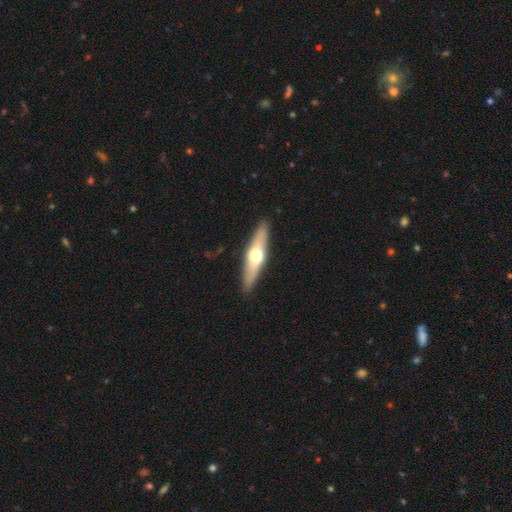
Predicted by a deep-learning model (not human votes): smooth-or-featured: featured or disk: 56% | smooth: 39% | star or artifact: 5%
  disk-edge-on: yes: 91% | no: 9%
    edge-on-bulge: rounded: 95% | none: 3% | boxy: 2%
  merging: none: 90% | minor disturbance: 7% | major disturbance: 2% | merger: 1%